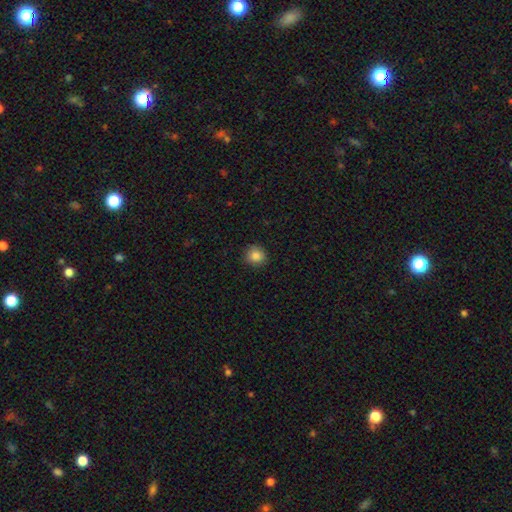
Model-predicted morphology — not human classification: smooth_or_featured: smooth (p=0.86) [alt: star or artifact p=0.10]
how_rounded: round (p=0.90) [alt: in between p=0.09]
merging: none (p=0.89) [alt: minor disturbance p=0.08]